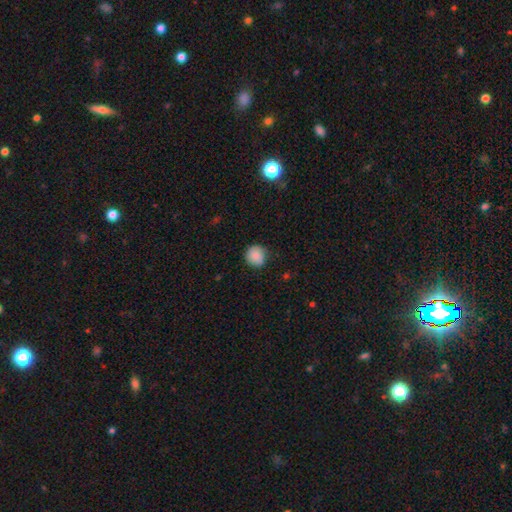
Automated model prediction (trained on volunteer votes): Smooth or featured: smooth — 86% (star or artifact — 8%)
How rounded: round — 91% (in between — 8%)
Merging: none — 82% (minor disturbance — 14%)